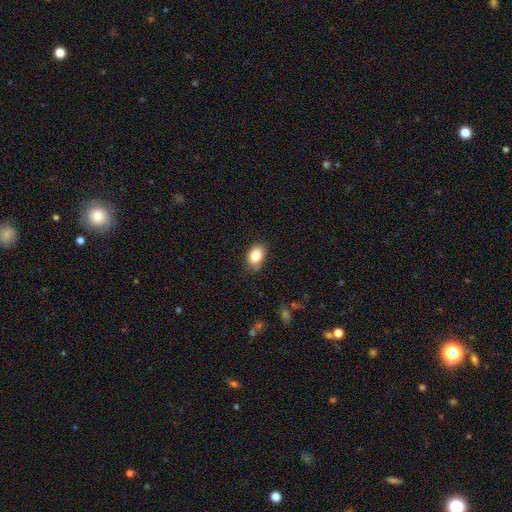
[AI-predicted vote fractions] smooth_or_featured: smooth (p=0.83) [alt: star or artifact p=0.09]
how_rounded: in between (p=0.76) [alt: round p=0.23]
merging: none (p=0.82) [alt: minor disturbance p=0.14]